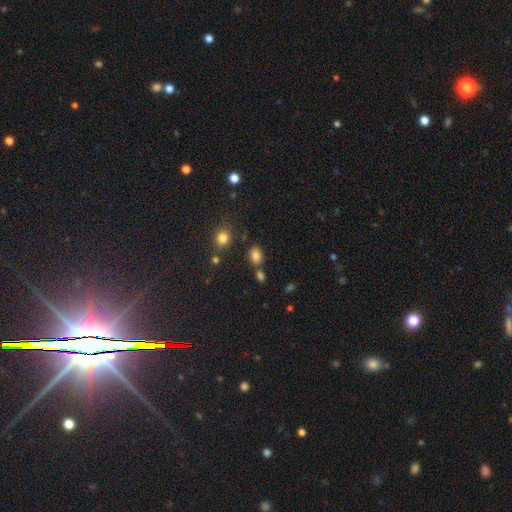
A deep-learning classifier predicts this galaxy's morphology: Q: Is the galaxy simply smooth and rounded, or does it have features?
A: smooth — 81%.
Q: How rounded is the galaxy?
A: in between — 73%.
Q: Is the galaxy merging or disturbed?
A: none — 69%.